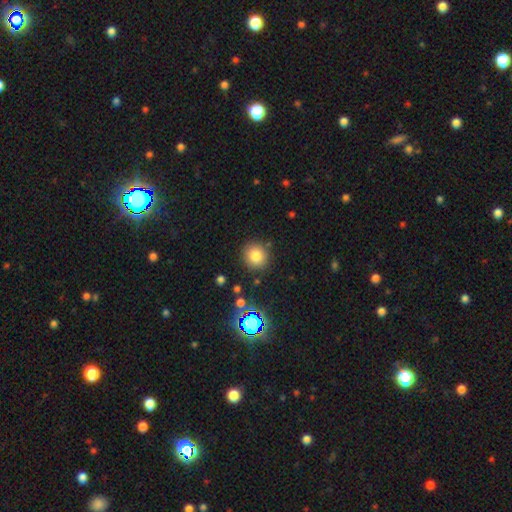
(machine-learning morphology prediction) This is likely a smooth galaxy (79%). How rounded: clearly round (88%). Merging: clearly none (85%).